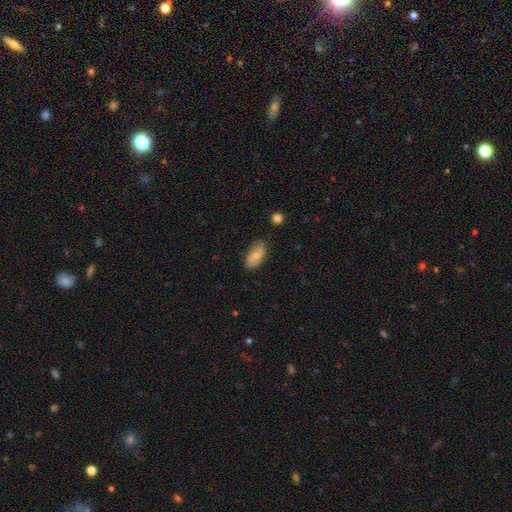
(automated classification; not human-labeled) The model was most divided on "smooth or featured": smooth: 67%, featured or disk: 26%, star or artifact: 7%. More confident: how rounded — in between (92%); merging — none (72%).